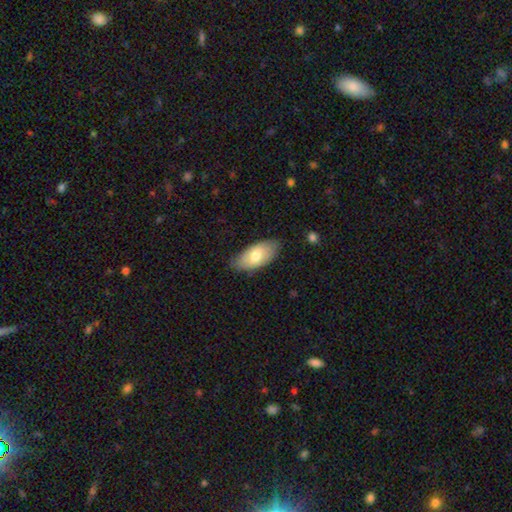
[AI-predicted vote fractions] Q: Smooth or featured?
A: smooth (72%); runner-up: featured or disk (22%)
Q: How rounded?
A: in between (93%); runner-up: cigar-shaped (4%)
Q: Merging?
A: none (78%); runner-up: minor disturbance (18%)